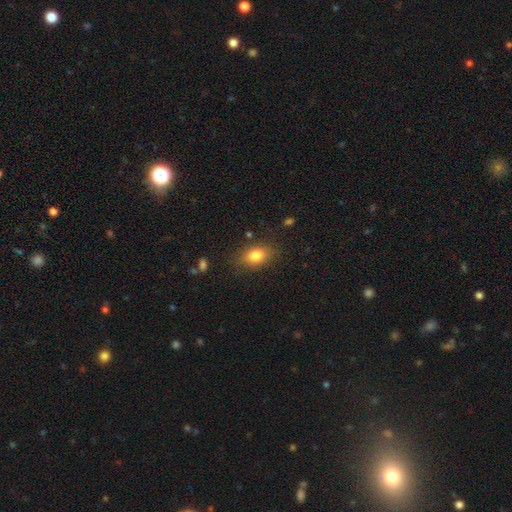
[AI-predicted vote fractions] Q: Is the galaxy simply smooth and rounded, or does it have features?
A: smooth — 81%.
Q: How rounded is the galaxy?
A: in between — 77%.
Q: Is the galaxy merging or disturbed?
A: none — 80%.